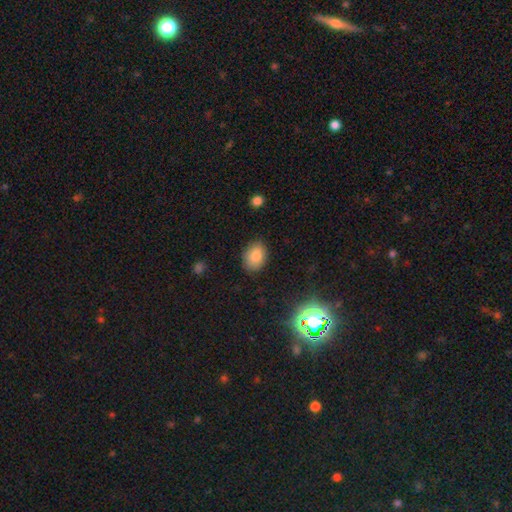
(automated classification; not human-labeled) smooth-or-featured: smooth: 82% | star or artifact: 10% | featured or disk: 8%
  how-rounded: in between: 72% | round: 26% | cigar-shaped: 1%
  merging: none: 86% | minor disturbance: 11% | major disturbance: 3% | merger: 1%